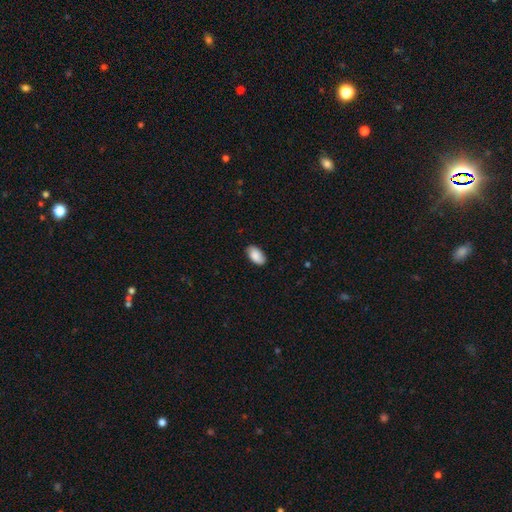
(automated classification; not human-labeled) Smooth or featured? Predicted: smooth (p=0.87). How rounded? Predicted: in between (p=0.95). Merging? Predicted: none (p=0.85).